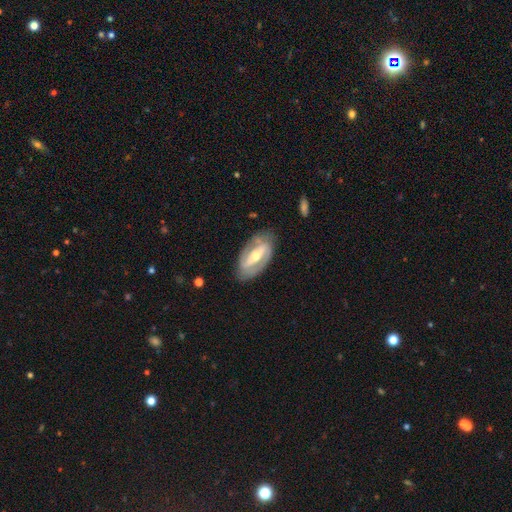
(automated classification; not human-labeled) Morphology: type=featured or disk (81%); edge-on=no (92%); bar=strong (65%); spiral arms=yes (77%); winding=tight (42%); arm count=2 (84%); bulge=moderate (58%); merging=none (80%).